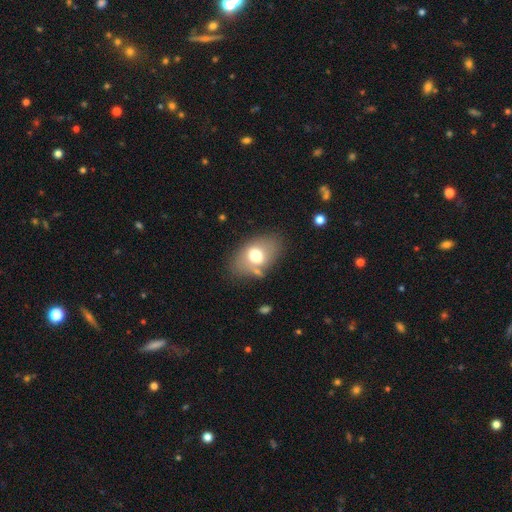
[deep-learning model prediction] smooth 66%, featured or disk 25%, star or artifact 9%. Down the decision tree: how rounded — in between (83%); merging — none (68%).